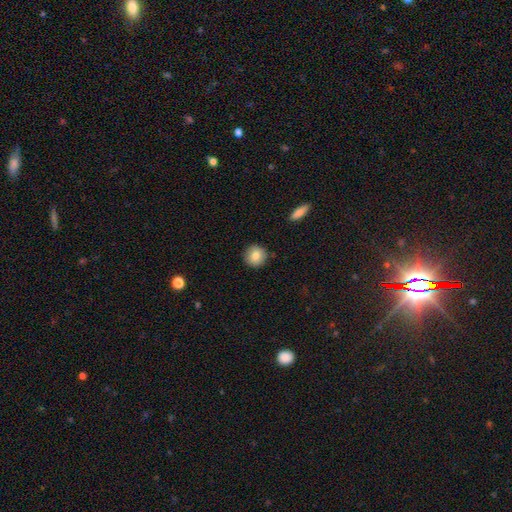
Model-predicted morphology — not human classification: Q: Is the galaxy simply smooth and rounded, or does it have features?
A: smooth — 84%.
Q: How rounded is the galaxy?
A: round — 92%.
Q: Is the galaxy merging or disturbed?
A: none — 90%.